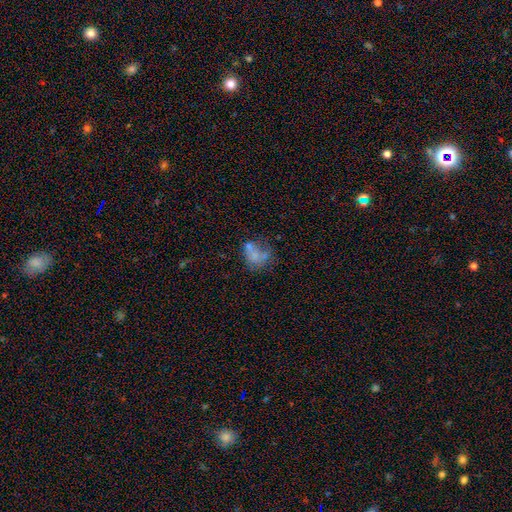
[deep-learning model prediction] smooth 56%, featured or disk 31%, star or artifact 14%. Down the decision tree: how rounded — round (50%); merging — merger (32%).